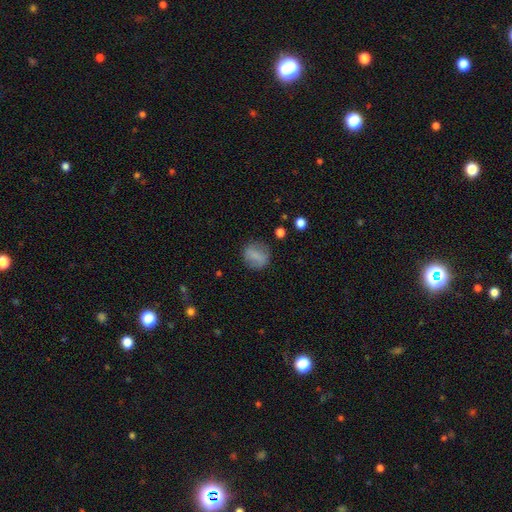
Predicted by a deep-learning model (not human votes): smooth-or-featured: smooth: 75% | featured or disk: 16% | star or artifact: 10%
  how-rounded: round: 69% | in between: 29% | cigar-shaped: 2%
  merging: none: 76% | minor disturbance: 15% | major disturbance: 6% | merger: 2%